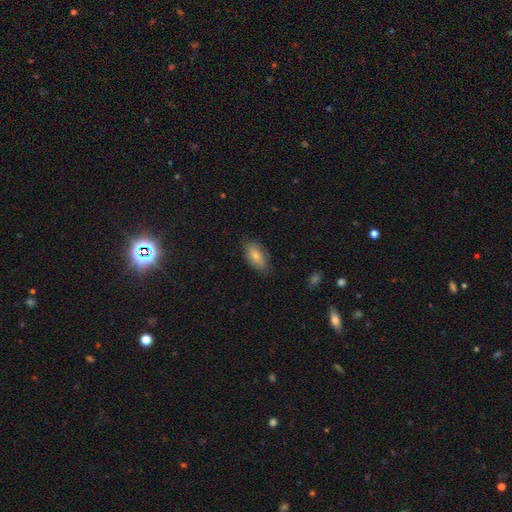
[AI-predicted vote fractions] Smooth or featured? Predicted: smooth (p=0.80). How rounded? Predicted: in between (p=0.91). Merging? Predicted: none (p=0.79).